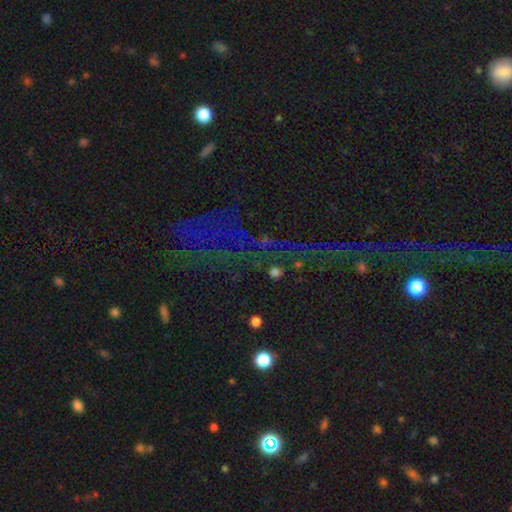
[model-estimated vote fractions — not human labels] A star or artifact, not a galaxy (71%).

Vote fractions:
- Smooth or featured? star or artifact: 71% / smooth: 15% / featured or disk: 14%